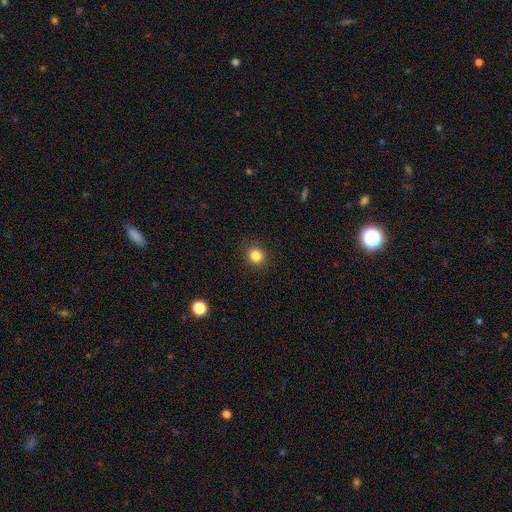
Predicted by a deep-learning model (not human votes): This is clearly a smooth galaxy (84%). How rounded: clearly round (89%). Merging: clearly none (90%).